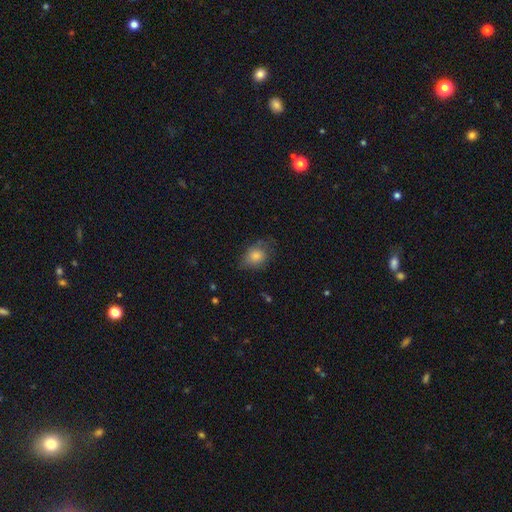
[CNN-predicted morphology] Smooth or featured: smooth — 79% (star or artifact — 11%)
How rounded: in between — 52% (round — 46%)
Merging: none — 64% (minor disturbance — 26%)